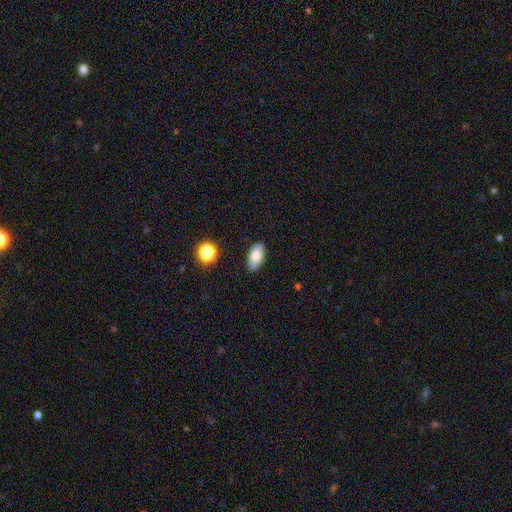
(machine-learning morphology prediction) This appears to be a smooth galaxy with no disk features (81%) that is in between round and cigar-shaped (92%). Merging: none (87%).